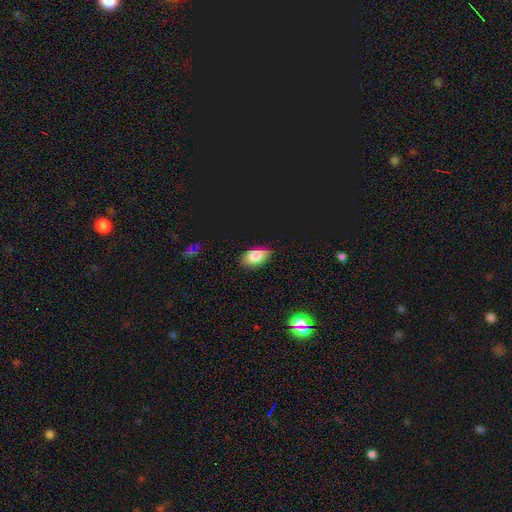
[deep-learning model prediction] A smooth galaxy with no disk features (74%) that is in between round and cigar-shaped (88%).

Vote fractions:
- Smooth or featured? smooth: 74% / star or artifact: 16% / featured or disk: 10%
- How rounded? in between: 88% / round: 9% / cigar-shaped: 3%
- Merging? none: 79% / minor disturbance: 17% / major disturbance: 3% / merger: 1%